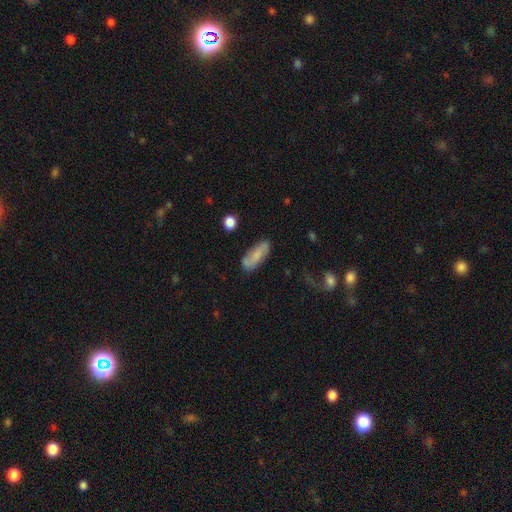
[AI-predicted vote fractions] This is likely a smooth galaxy (68%). How rounded: likely in between (69%). Merging: likely none (75%).